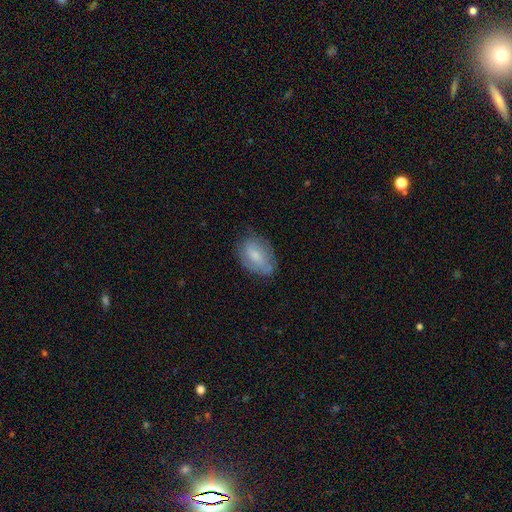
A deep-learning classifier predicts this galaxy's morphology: Smooth or featured? smooth (67%)
How rounded? in between (88%)
Merging? none (65%)